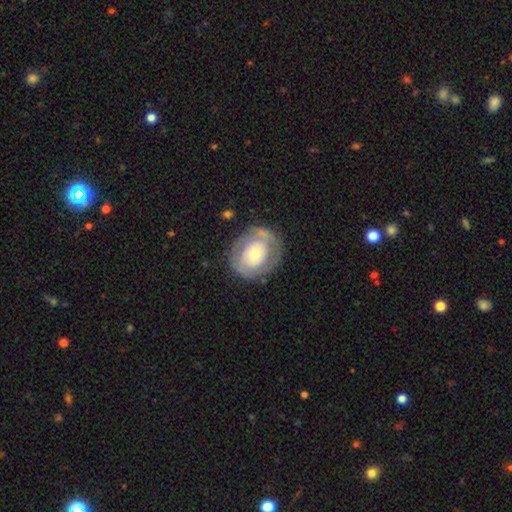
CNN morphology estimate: smooth-or-featured: featured or disk: 66% | smooth: 28% | star or artifact: 6%
  disk-edge-on: no: 96% | yes: 4%
    bar: no: 79% | weak: 16% | strong: 5%
    has-spiral-arms: yes: 58% | no: 42%
    bulge-size: moderate: 51% | small: 40% | large: 6% | dominant: 1% | none: 1%
  merging: none: 74% | minor disturbance: 16% | major disturbance: 8% | merger: 2%